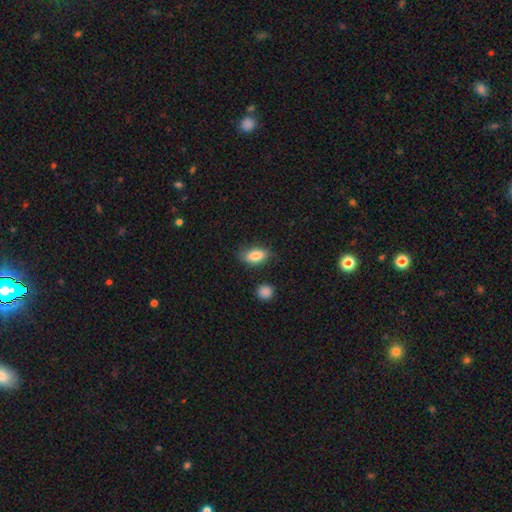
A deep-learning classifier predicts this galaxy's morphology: smooth-or-featured: smooth: 83% | featured or disk: 9% | star or artifact: 8%
  how-rounded: in between: 88% | cigar-shaped: 7% | round: 6%
  merging: none: 77% | minor disturbance: 17% | major disturbance: 4% | merger: 2%